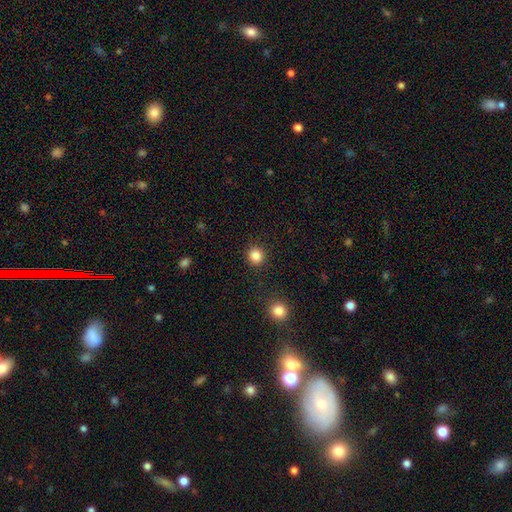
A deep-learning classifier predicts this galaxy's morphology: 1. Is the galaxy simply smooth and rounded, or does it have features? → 86% smooth, 11% star or artifact, 3% featured or disk.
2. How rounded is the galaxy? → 91% round, 8% in between, 1% cigar-shaped.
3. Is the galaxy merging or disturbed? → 91% none, 5% minor disturbance, 2% major disturbance, 2% merger.